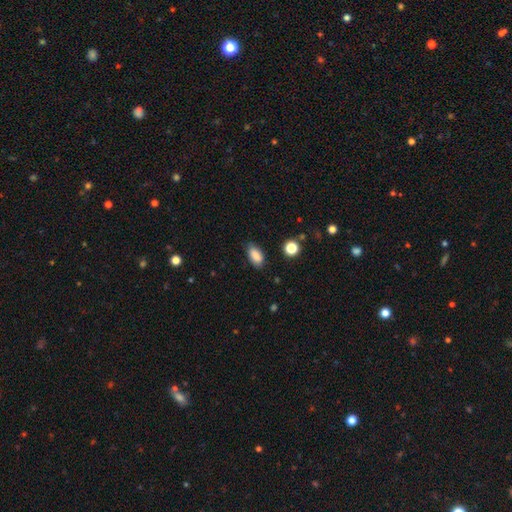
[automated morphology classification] A smooth galaxy with no disk features (87%) that is in between round and cigar-shaped (89%). Merging: none (79%).